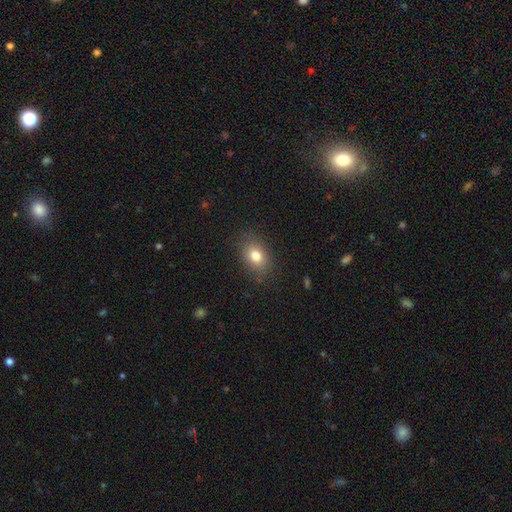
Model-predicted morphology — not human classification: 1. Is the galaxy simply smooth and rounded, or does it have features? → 79% smooth, 11% star or artifact, 11% featured or disk.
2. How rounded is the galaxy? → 73% in between, 26% round, 1% cigar-shaped.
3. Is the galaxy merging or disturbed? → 84% none, 11% minor disturbance, 3% major disturbance, 1% merger.